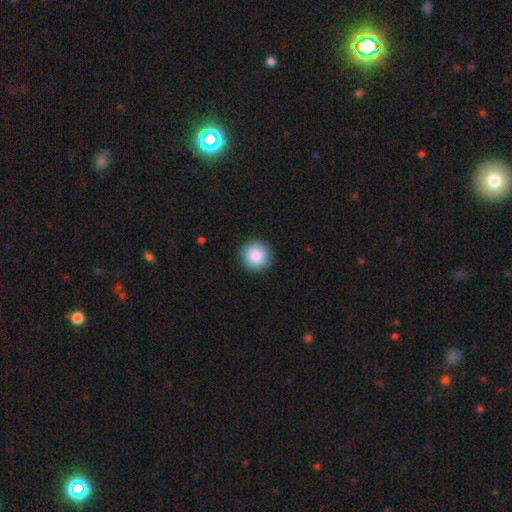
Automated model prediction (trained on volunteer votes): Morphology: type=smooth (87%); roundness=round (95%); merging=none (92%).